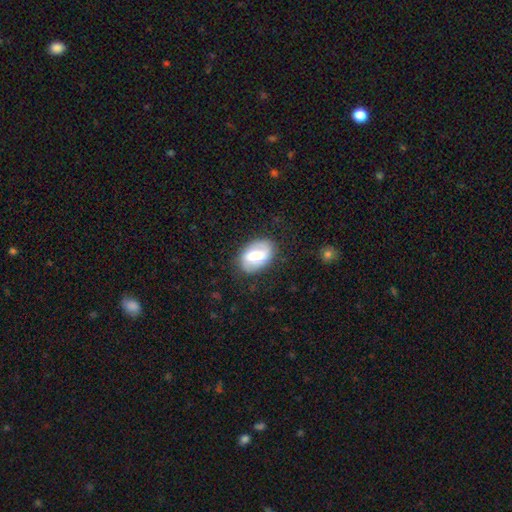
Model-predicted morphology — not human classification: featured or disk 47%, smooth 46%, star or artifact 7%. Down the decision tree: merging — none (80%).